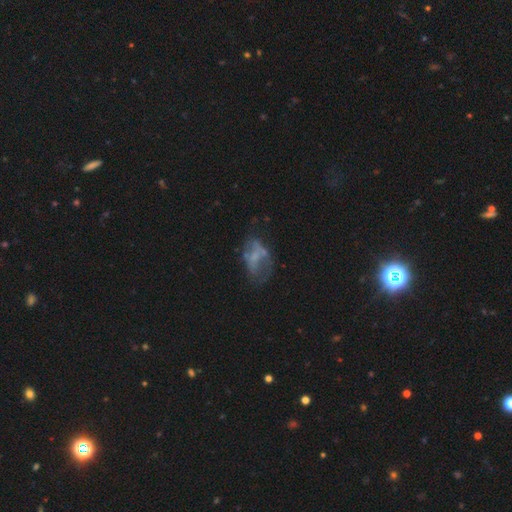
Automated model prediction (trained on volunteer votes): A featured or disk galaxy (52%) with no bar (76%), no spiral arms (77%) and no central bulge (57%).

Vote fractions:
- Smooth or featured? featured or disk: 52% / smooth: 35% / star or artifact: 13%
- Edge-on disk? no: 97% / yes: 3%
- Bar? no: 76% / weak: 19% / strong: 5%
- Spiral arms? no: 77% / yes: 23%
- Bulge size? none: 57% / small: 25% / moderate: 14% / large: 3% / dominant: 1%
- Merging? none: 35% / major disturbance: 34% / minor disturbance: 24% / merger: 8%